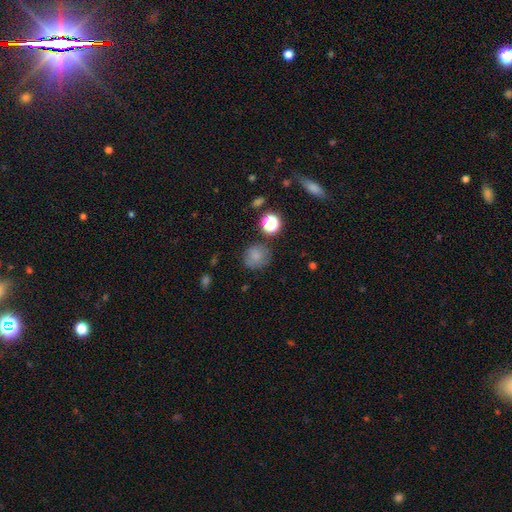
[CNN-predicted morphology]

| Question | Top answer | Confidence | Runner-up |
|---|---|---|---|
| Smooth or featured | smooth | 77% | star or artifact (14%) |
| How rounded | round | 86% | in between (13%) |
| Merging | none | 74% | minor disturbance (16%) |